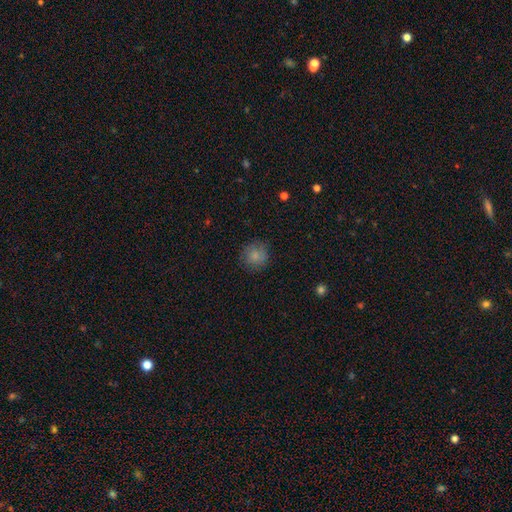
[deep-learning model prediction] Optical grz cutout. It shows a smooth galaxy with no disk features (82%) that is round (91%). Merging: none (81%).